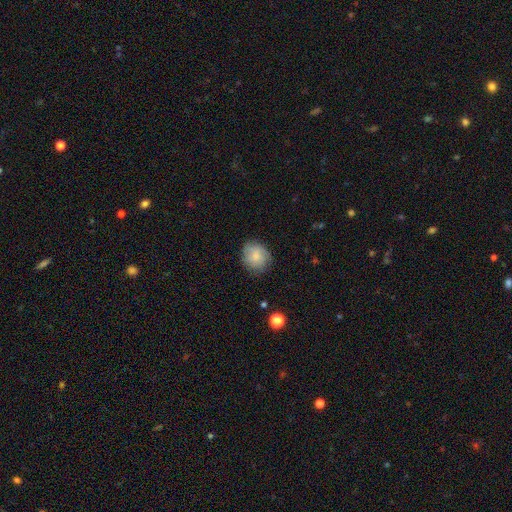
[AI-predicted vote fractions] Smooth or featured? Predicted: smooth (p=0.70). How rounded? Predicted: round (p=0.73). Merging? Predicted: none (p=0.75).